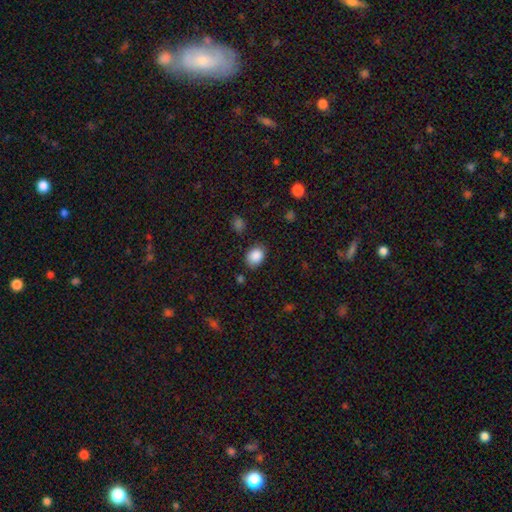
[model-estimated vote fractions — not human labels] smooth 87%, star or artifact 9%, featured or disk 4%. Down the decision tree: how rounded — in between (57%); merging — none (79%).